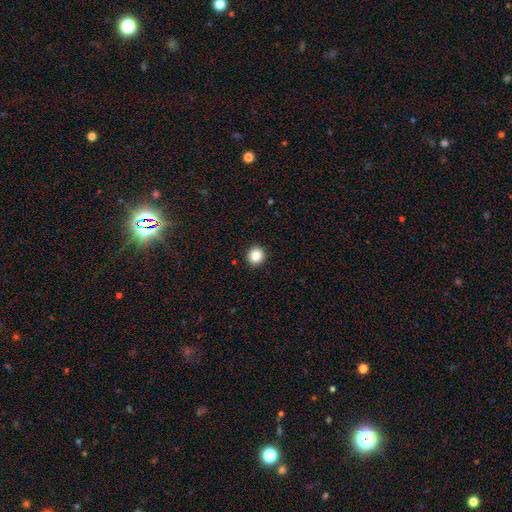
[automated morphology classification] smooth 86%, star or artifact 10%, featured or disk 4%. Down the decision tree: how rounded — round (89%); merging — none (93%).